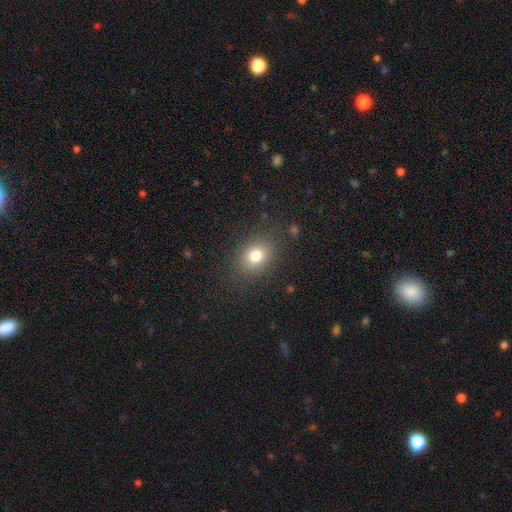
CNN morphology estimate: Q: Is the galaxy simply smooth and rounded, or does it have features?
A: smooth — 78%.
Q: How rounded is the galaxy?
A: round — 54%.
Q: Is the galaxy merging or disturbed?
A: none — 83%.